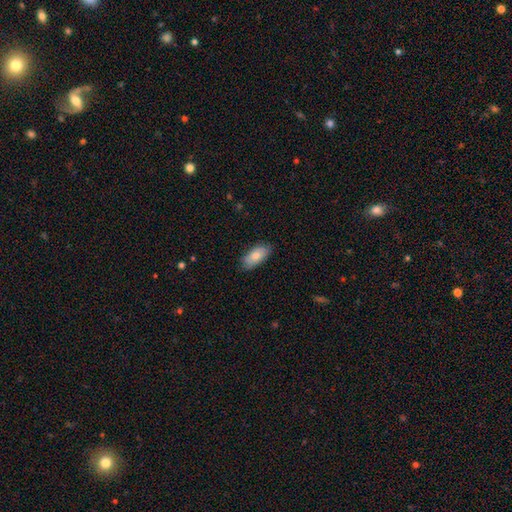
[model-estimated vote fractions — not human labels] smooth 80%, featured or disk 14%, star or artifact 6%. Down the decision tree: how rounded — in between (90%); merging — none (81%).